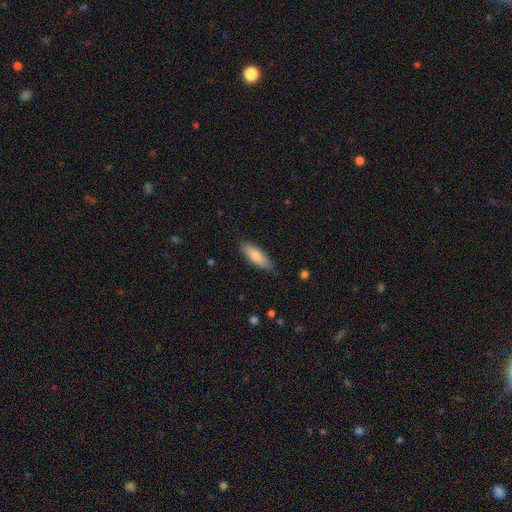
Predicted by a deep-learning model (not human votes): This appears to be a smooth galaxy with no disk features (81%) that is in between round and cigar-shaped (63%). Merging: none (81%).